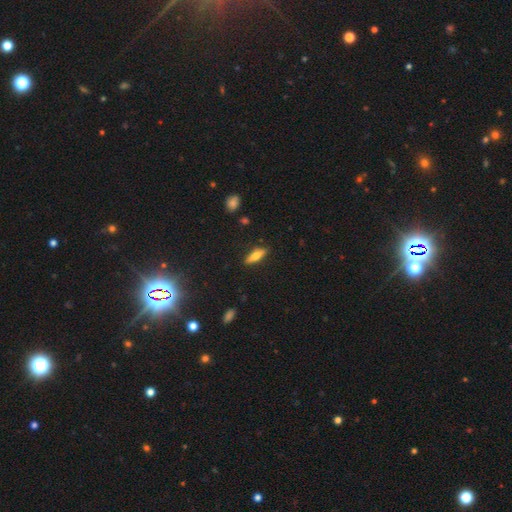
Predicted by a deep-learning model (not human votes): Smooth or featured: smooth — 59% (featured or disk — 34%)
How rounded: cigar-shaped — 54% (in between — 44%)
Merging: none — 87% (minor disturbance — 9%)